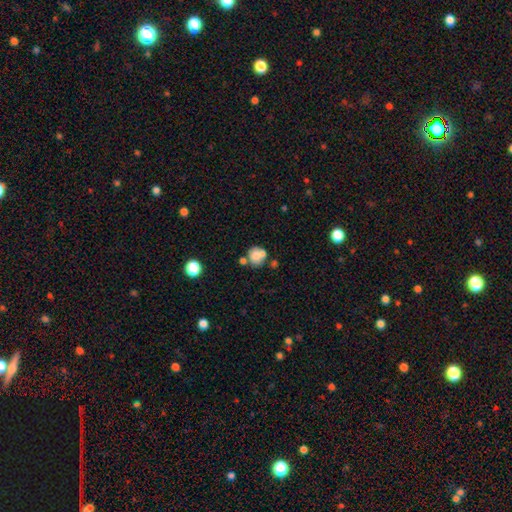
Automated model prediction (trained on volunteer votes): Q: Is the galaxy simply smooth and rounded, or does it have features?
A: smooth — 73%.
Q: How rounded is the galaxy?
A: round — 85%.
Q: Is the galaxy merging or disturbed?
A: none — 53%.